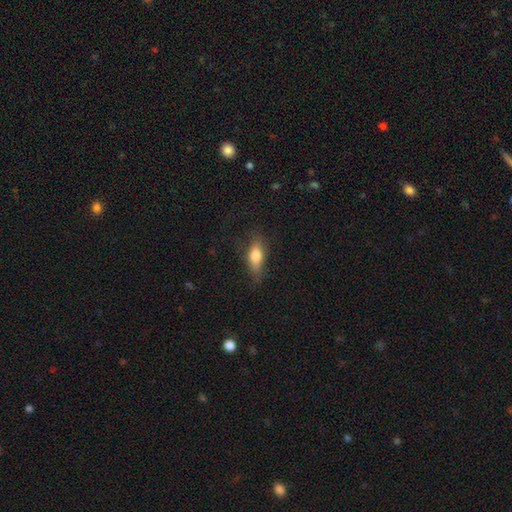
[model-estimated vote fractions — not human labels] smooth_or_featured: smooth (p=0.71) [alt: featured or disk p=0.21]
how_rounded: in between (p=0.67) [alt: cigar-shaped p=0.29]
merging: none (p=0.71) [alt: minor disturbance p=0.21]